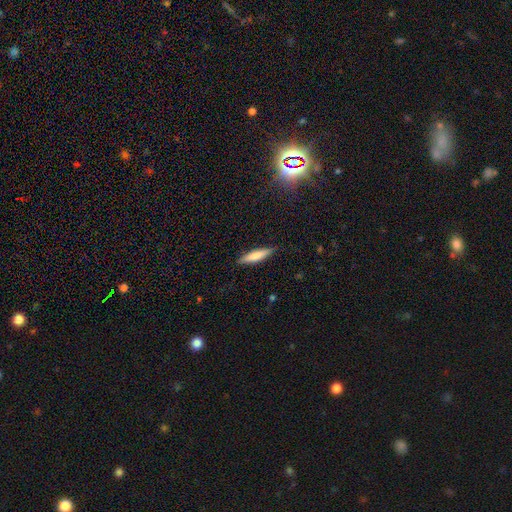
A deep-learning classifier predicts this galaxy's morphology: Q: Smooth or featured?
A: smooth (69%); runner-up: featured or disk (25%)
Q: How rounded?
A: cigar-shaped (81%); runner-up: in between (18%)
Q: Merging?
A: none (87%); runner-up: minor disturbance (10%)